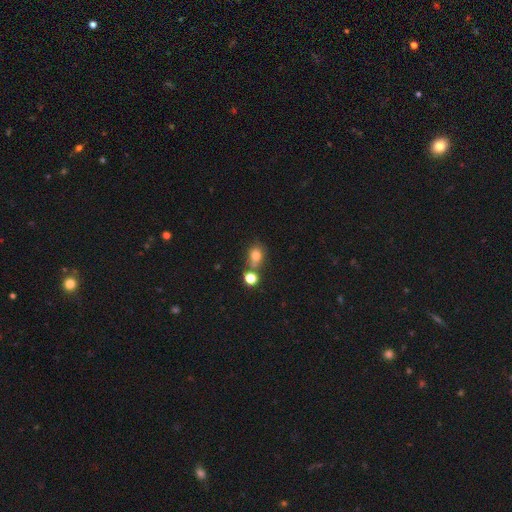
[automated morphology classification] A smooth galaxy with no disk features (77%) that is round (61%). Merging: none (53%).